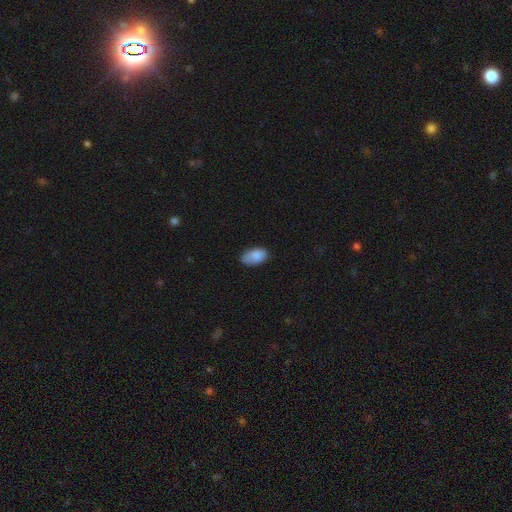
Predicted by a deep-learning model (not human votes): Overall: smooth (84%). How rounded: in between (93%). Merging: none (68%).